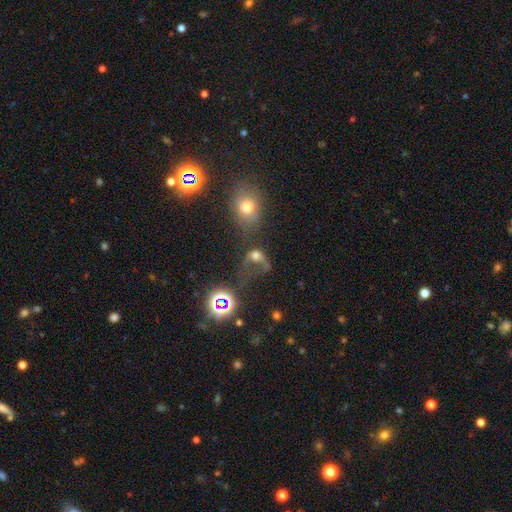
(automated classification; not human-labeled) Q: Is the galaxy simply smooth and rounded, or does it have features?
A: smooth — 48%.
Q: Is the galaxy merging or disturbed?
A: major disturbance — 48%.